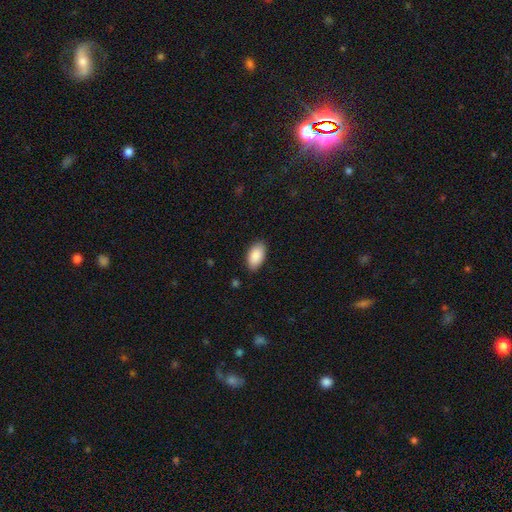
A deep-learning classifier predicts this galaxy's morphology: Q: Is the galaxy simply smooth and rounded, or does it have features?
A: smooth — 89%.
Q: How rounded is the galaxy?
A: in between — 95%.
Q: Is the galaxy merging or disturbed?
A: none — 85%.